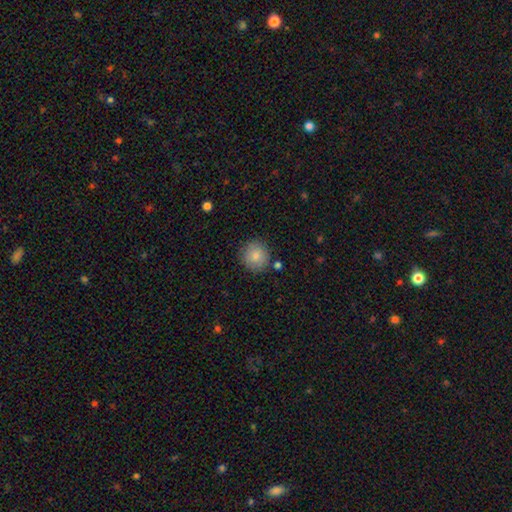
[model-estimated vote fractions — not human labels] smooth-or-featured: smooth: 83% | featured or disk: 9% | star or artifact: 8%
  how-rounded: round: 92% | in between: 7% | cigar-shaped: 1%
  merging: none: 84% | minor disturbance: 10% | merger: 3% | major disturbance: 3%